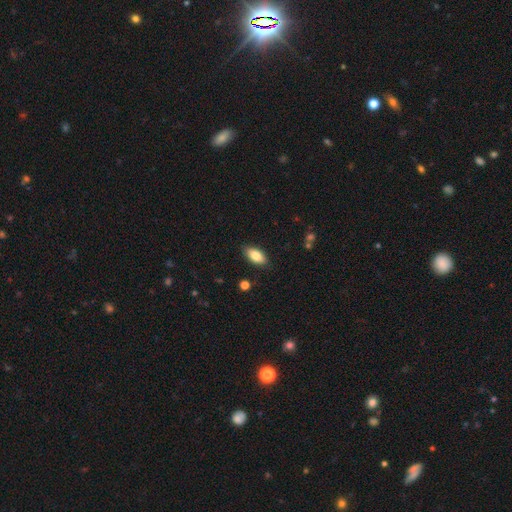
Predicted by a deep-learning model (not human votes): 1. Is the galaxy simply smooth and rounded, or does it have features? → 84% smooth, 9% featured or disk, 7% star or artifact.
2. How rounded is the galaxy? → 90% in between, 7% cigar-shaped, 3% round.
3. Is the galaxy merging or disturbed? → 86% none, 11% minor disturbance, 2% major disturbance, 1% merger.